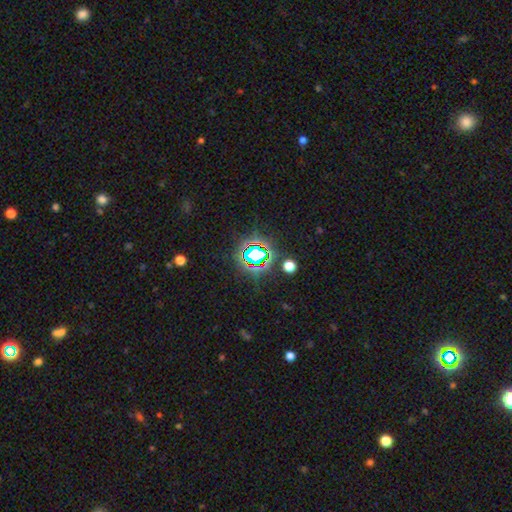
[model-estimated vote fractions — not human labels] Smooth or featured? Predicted: star or artifact (p=0.72).